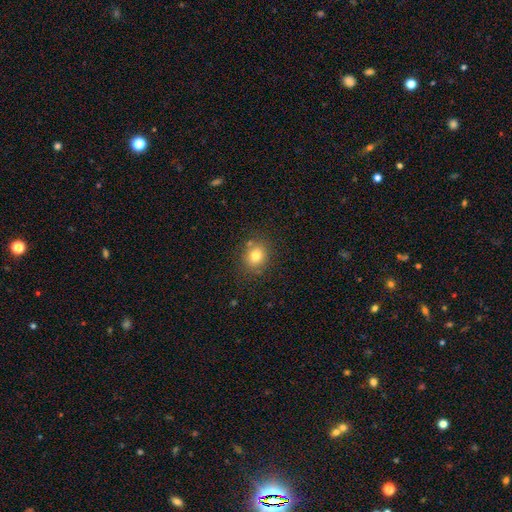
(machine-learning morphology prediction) The model was most divided on "how rounded": round: 74%, in between: 25%, cigar-shaped: 1%. More confident: merging — none (81%); smooth or featured — smooth (79%).